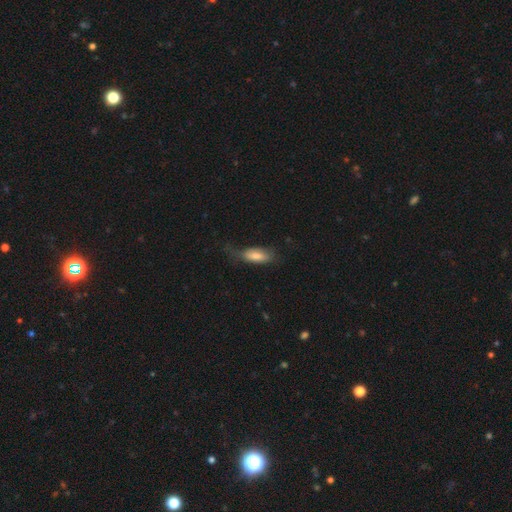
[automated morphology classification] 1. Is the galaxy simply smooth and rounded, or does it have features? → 72% smooth, 20% featured or disk, 7% star or artifact.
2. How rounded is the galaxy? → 73% in between, 25% cigar-shaped, 2% round.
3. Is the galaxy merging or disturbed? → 47% none, 31% minor disturbance, 20% major disturbance, 2% merger.